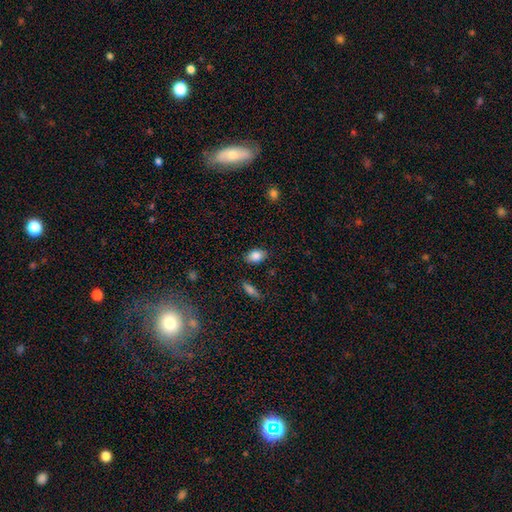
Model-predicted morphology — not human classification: Overall: smooth (85%). How rounded: in between (85%). Merging: none (84%).